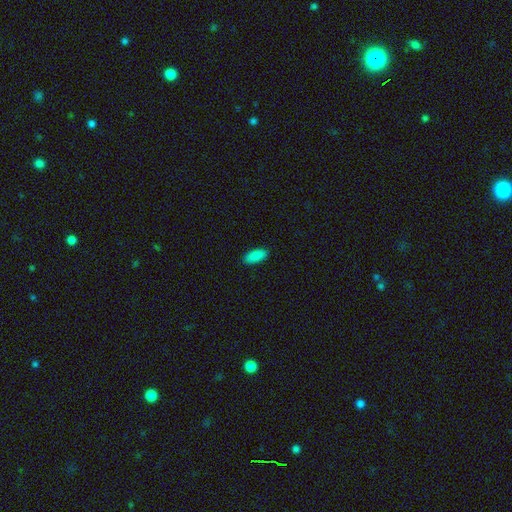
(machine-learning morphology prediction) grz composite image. It shows a smooth galaxy with no disk features (89%) that is in between round and cigar-shaped (87%). Merging: none (90%).